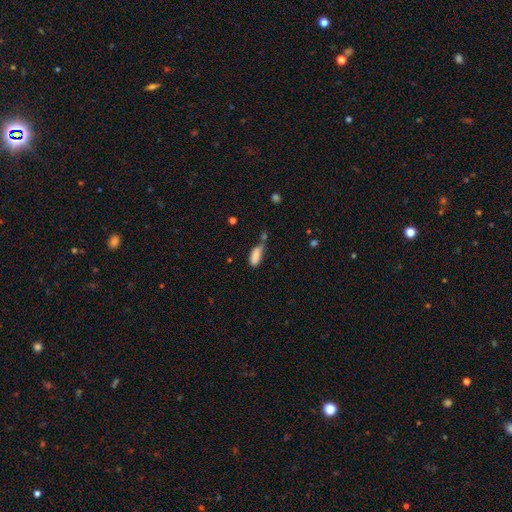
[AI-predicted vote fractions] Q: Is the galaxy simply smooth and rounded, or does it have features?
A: smooth — 83%.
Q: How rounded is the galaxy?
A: in between — 78%.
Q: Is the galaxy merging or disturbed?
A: none — 36%.